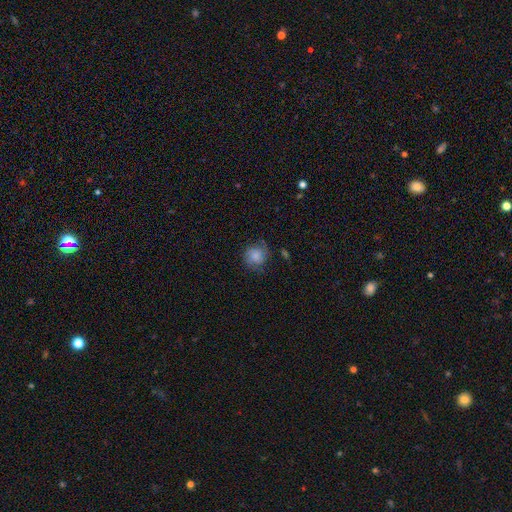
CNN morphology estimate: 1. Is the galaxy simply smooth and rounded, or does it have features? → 71% smooth, 20% featured or disk, 9% star or artifact.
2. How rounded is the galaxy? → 83% round, 16% in between, 1% cigar-shaped.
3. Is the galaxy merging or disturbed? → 64% none, 25% minor disturbance, 10% major disturbance, 2% merger.